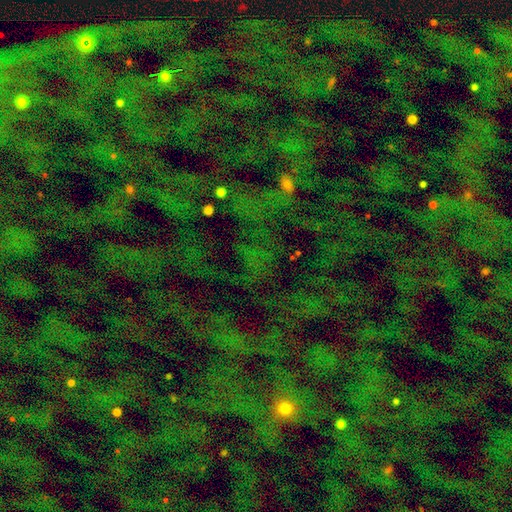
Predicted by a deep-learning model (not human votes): A star or artifact, not a galaxy (71%).

Vote fractions:
- Smooth or featured? star or artifact: 71% / smooth: 19% / featured or disk: 10%